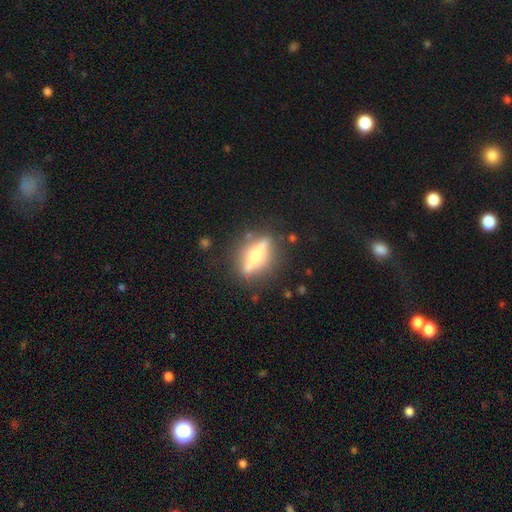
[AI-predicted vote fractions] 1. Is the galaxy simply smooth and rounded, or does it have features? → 71% featured or disk, 22% smooth, 7% star or artifact.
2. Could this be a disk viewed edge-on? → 90% yes, 10% no.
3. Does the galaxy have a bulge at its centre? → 93% rounded, 4% boxy, 3% none.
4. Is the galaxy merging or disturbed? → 83% none, 10% minor disturbance, 5% major disturbance, 2% merger.